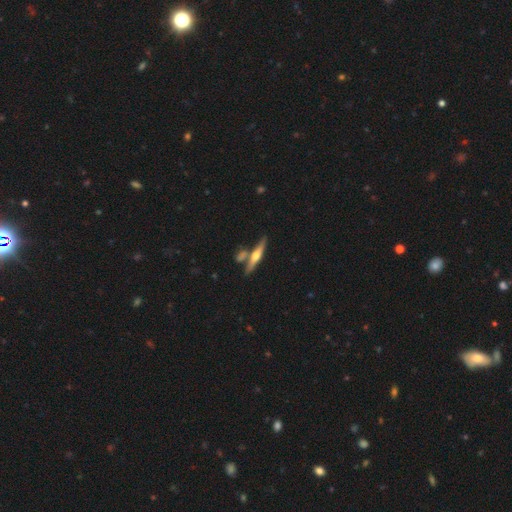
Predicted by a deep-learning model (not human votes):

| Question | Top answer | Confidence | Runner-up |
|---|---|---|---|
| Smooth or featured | featured or disk | 63% | smooth (31%) |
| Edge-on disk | yes | 95% | no (5%) |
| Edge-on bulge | rounded | 91% | none (5%) |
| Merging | none | 70% | merger (17%) |